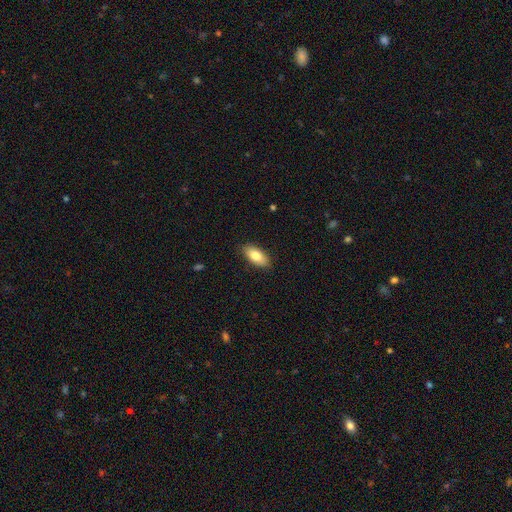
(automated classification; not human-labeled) A smooth galaxy with no disk features (82%) that is in between round and cigar-shaped (88%).

Vote fractions:
- Smooth or featured? smooth: 82% / featured or disk: 12% / star or artifact: 6%
- How rounded? in between: 88% / cigar-shaped: 9% / round: 3%
- Merging? none: 88% / minor disturbance: 9% / major disturbance: 2% / merger: 1%